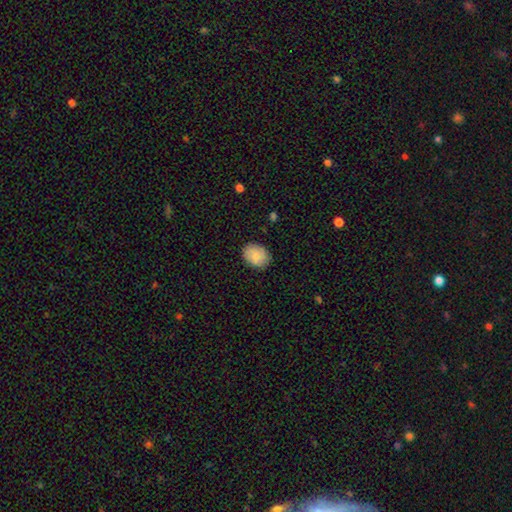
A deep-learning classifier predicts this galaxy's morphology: Smooth or featured? smooth (79%)
How rounded? in between (58%)
Merging? none (84%)